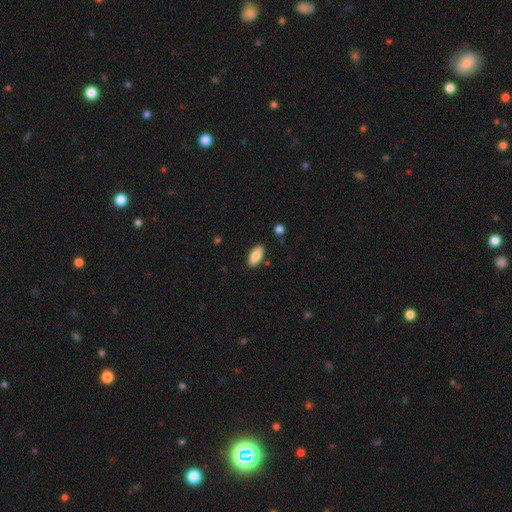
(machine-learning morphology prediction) Smooth or featured?
  - smooth: 83% *
  - featured or disk: 11%
  - star or artifact: 6%
How rounded?
  - in between: 84% *
  - cigar-shaped: 14%
  - round: 2%
Merging?
  - none: 87% *
  - minor disturbance: 9%
  - merger: 2%
  - major disturbance: 2%